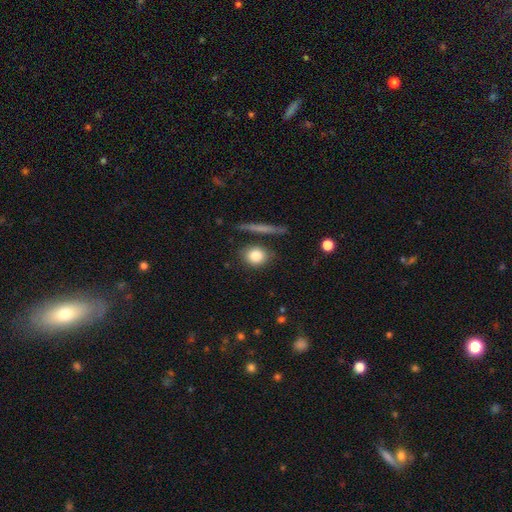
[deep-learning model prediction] Morphology: type=smooth (82%); roundness=round (66%); merging=none (78%).